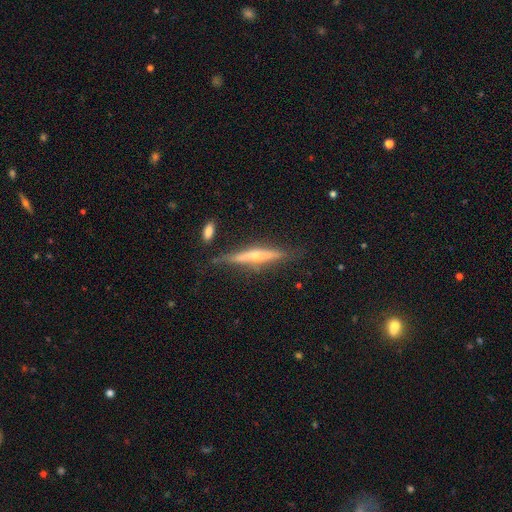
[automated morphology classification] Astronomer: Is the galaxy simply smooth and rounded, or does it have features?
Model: featured or disk — 74%.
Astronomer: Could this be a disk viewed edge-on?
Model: yes — 95%.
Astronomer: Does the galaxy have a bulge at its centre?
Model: rounded — 83%.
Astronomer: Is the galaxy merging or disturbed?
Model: none — 75%.